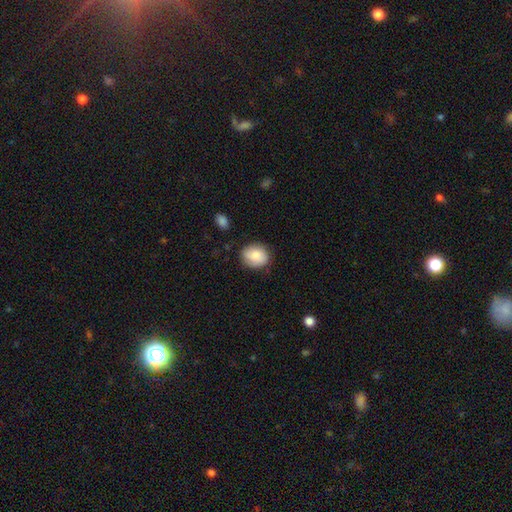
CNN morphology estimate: Smooth or featured? smooth (80%)
How rounded? round (63%)
Merging? none (78%)